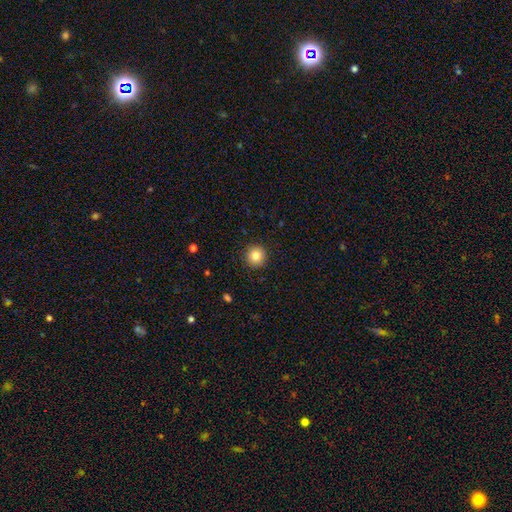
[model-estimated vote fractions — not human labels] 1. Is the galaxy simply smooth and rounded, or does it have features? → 84% smooth, 10% star or artifact, 6% featured or disk.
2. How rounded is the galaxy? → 96% round, 3% in between, 1% cigar-shaped.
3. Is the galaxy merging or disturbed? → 92% none, 5% minor disturbance, 2% major disturbance, 1% merger.